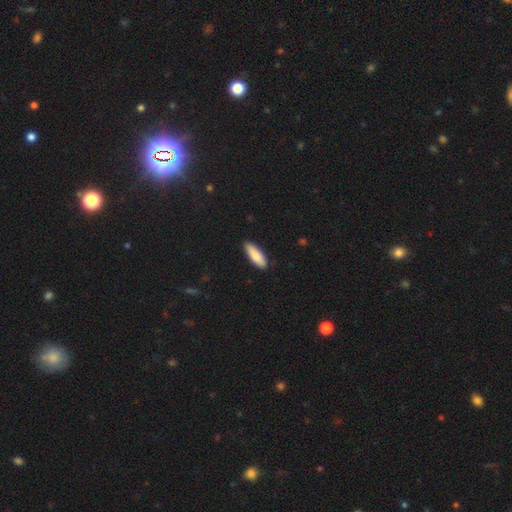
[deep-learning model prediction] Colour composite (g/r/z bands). It shows a smooth galaxy with no disk features (86%) that is in between round and cigar-shaped (53%). Merging: none (88%).